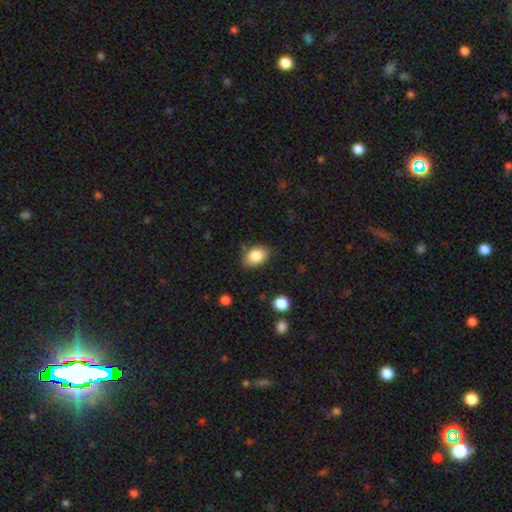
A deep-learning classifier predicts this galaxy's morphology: The model was most divided on "how rounded": in between: 76%, round: 23%, cigar-shaped: 1%. More confident: smooth or featured — smooth (85%); merging — none (80%).